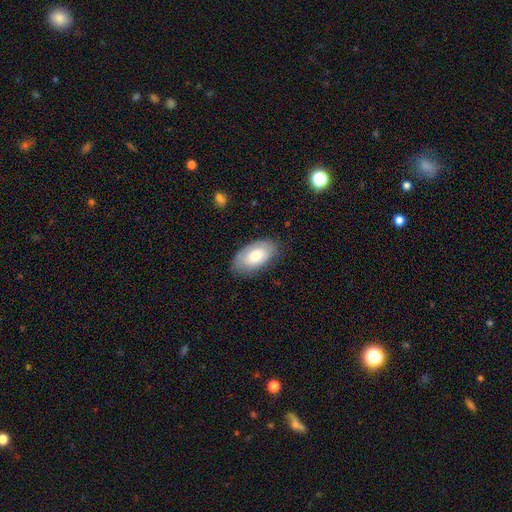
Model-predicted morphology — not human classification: smooth 71%, featured or disk 23%, star or artifact 6%. Down the decision tree: how rounded — in between (95%); merging — none (79%).